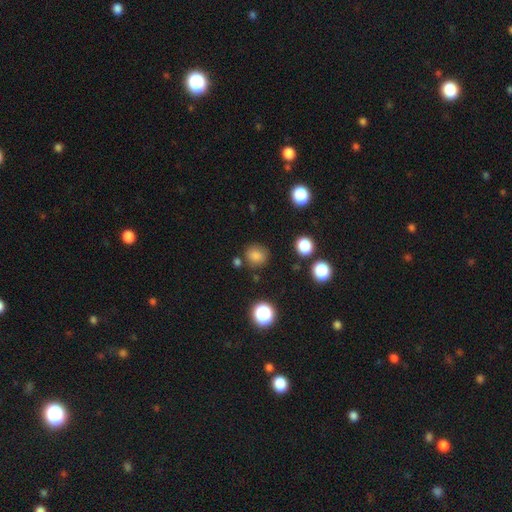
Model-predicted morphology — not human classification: type=smooth (80%); roundness=round (83%); merging=none (80%).